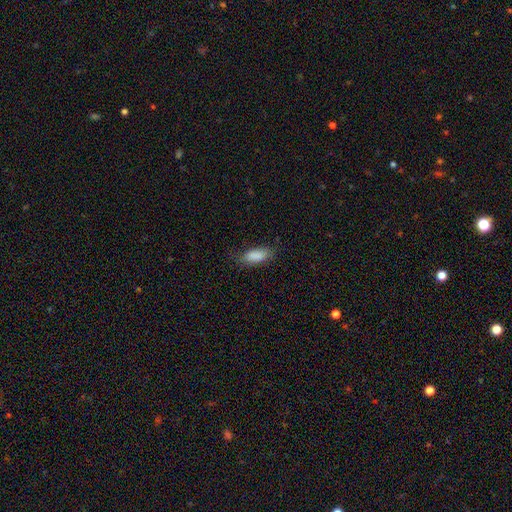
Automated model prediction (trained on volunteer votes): Smooth or featured?
  - smooth: 87% *
  - star or artifact: 7%
  - featured or disk: 7%
How rounded?
  - in between: 79% *
  - cigar-shaped: 18%
  - round: 2%
Merging?
  - none: 72% *
  - minor disturbance: 21%
  - major disturbance: 6%
  - merger: 1%